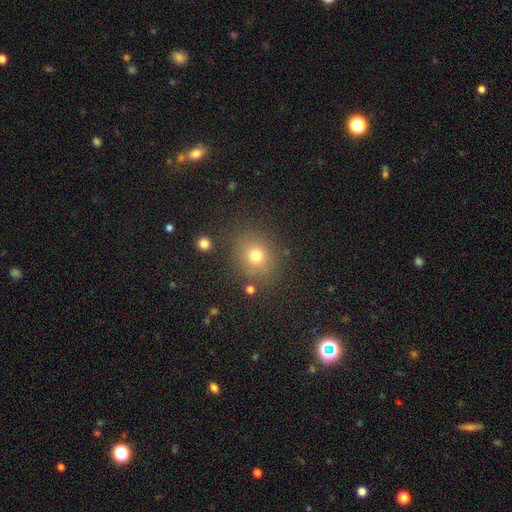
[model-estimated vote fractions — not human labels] This is likely a smooth galaxy (74%). How rounded: likely round (72%). Merging: clearly none (82%).